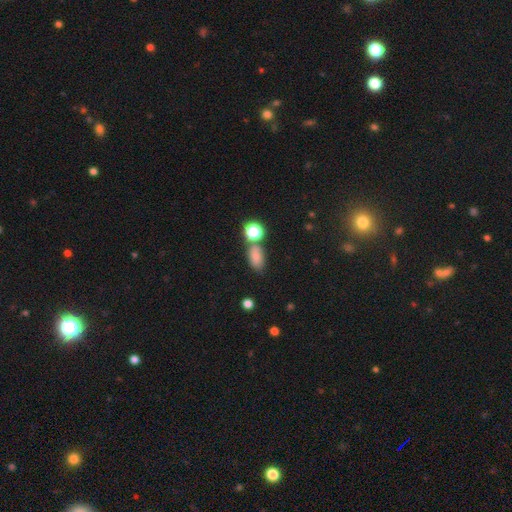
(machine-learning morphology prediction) Overall: smooth (73%). How rounded: in between (82%). Merging: none (57%; minor disturbance 20%).